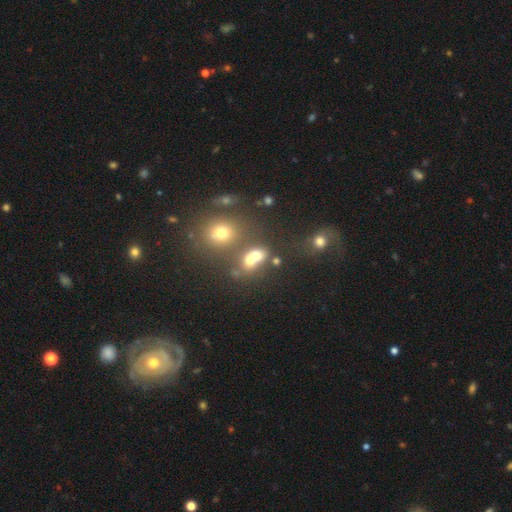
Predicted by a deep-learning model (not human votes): smooth_or_featured: smooth (p=0.64) [alt: star or artifact p=0.20]
how_rounded: round (p=0.55) [alt: in between p=0.43]
merging: merger (p=0.48) [alt: none p=0.36]